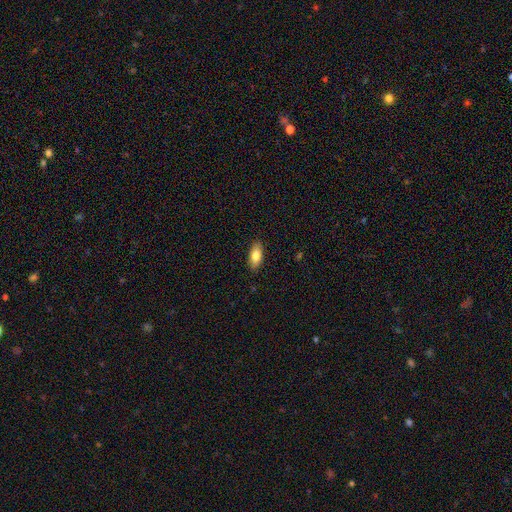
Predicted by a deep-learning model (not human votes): A smooth galaxy with no disk features (80%) that is in between round and cigar-shaped (84%).

Vote fractions:
- Smooth or featured? smooth: 80% / featured or disk: 13% / star or artifact: 7%
- How rounded? in between: 84% / cigar-shaped: 13% / round: 3%
- Merging? none: 88% / minor disturbance: 9% / major disturbance: 2% / merger: 1%